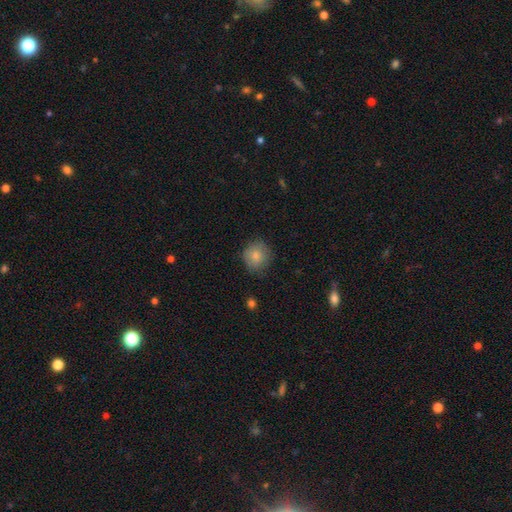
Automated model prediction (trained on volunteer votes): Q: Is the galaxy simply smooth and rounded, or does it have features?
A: smooth — 82%.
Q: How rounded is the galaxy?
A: round — 83%.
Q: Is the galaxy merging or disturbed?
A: none — 77%.